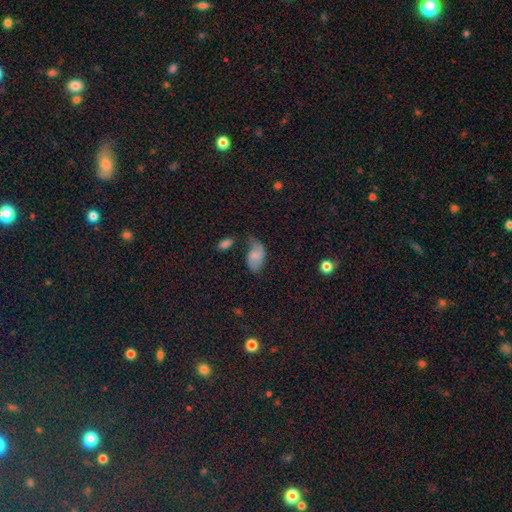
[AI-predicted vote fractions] This is likely a smooth galaxy (60%). How rounded: clearly in between (93%). Merging: marginally none (38%).